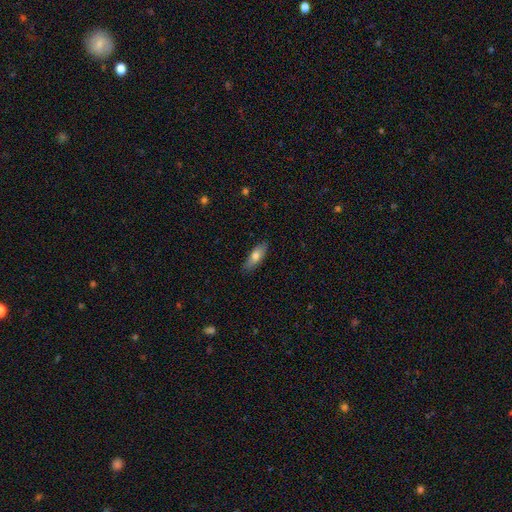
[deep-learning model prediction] Smooth or featured? smooth (72%)
How rounded? in between (65%)
Merging? none (85%)